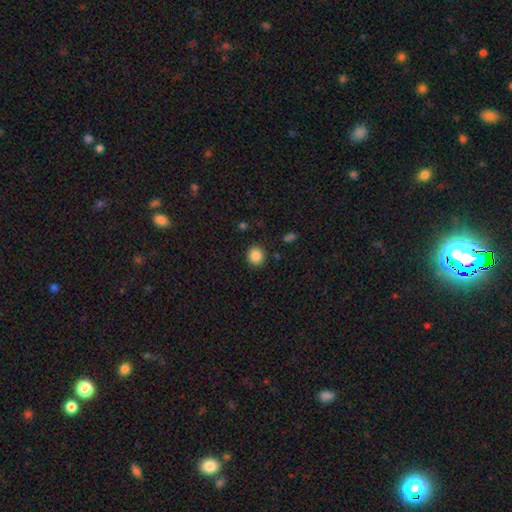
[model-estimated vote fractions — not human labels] Overall: smooth (87%). How rounded: round (87%). Merging: none (89%).